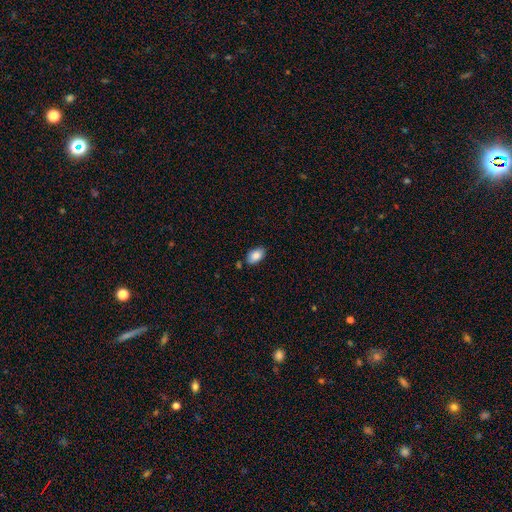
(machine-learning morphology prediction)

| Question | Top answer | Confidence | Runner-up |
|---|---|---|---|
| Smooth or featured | smooth | 86% | star or artifact (7%) |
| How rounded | in between | 92% | round (7%) |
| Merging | none | 80% | minor disturbance (13%) |